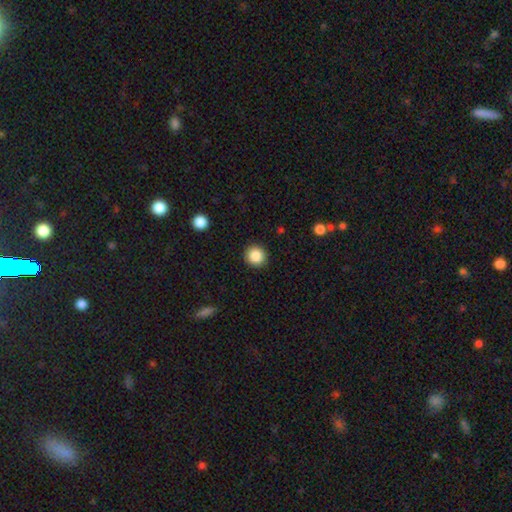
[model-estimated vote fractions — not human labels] Overall: smooth (87%). How rounded: round (94%). Merging: none (91%).